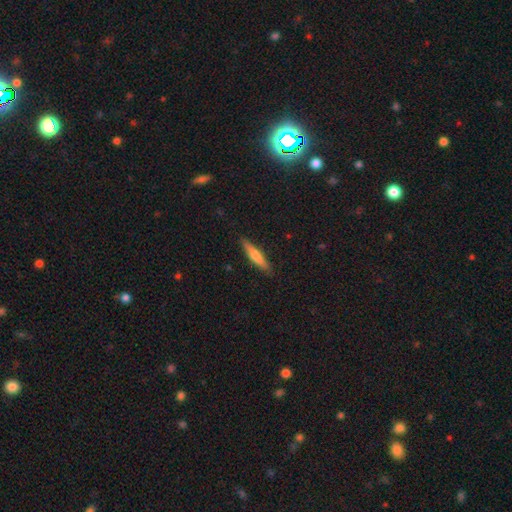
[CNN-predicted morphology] smooth_or_featured: smooth (p=0.63) [alt: featured or disk p=0.32]
how_rounded: cigar-shaped (p=0.86) [alt: in between p=0.13]
merging: none (p=0.89) [alt: minor disturbance p=0.08]